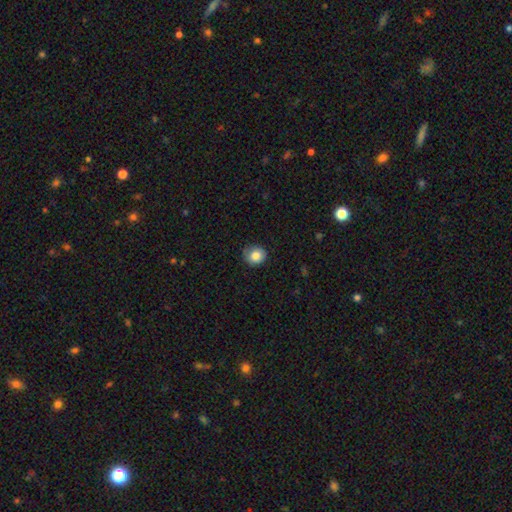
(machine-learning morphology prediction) smooth 84%, star or artifact 9%, featured or disk 7%. Down the decision tree: how rounded — round (80%); merging — none (78%).